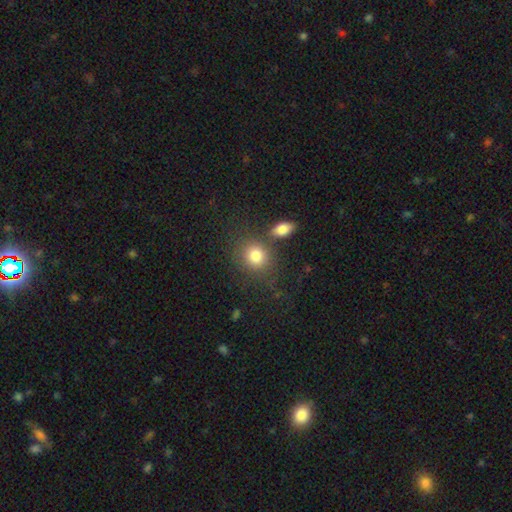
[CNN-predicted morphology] Smooth or featured? Predicted: smooth (p=0.82). How rounded? Predicted: round (p=0.70). Merging? Predicted: none (p=0.66).